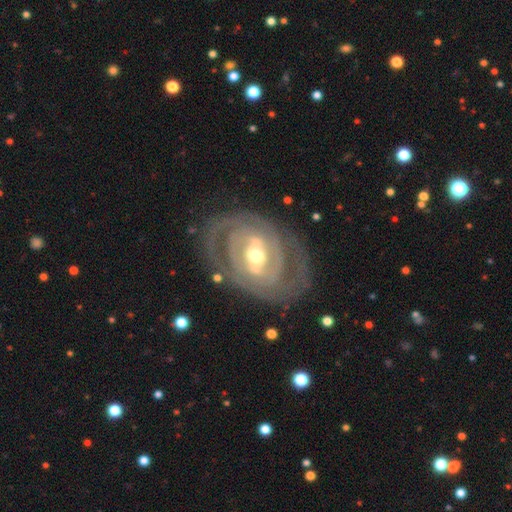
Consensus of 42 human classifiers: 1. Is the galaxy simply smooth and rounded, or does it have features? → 88% featured or disk, 7% star or artifact, 5% smooth.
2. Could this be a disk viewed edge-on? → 97% no, 3% yes.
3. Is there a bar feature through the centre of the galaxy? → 56% strong, 25% weak, 19% no.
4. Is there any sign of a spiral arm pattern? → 72% yes, 28% no.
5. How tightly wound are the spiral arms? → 69% tight, 23% medium, 8% loose.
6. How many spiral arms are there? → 46% 2, 35% can't tell, 12% 4, 4% 1, 4% 3, 0% more than 4.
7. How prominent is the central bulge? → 69% moderate, 25% small, 6% dominant, 0% large, 0% none.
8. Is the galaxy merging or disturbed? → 85% none, 5% minor disturbance, 5% major disturbance, 5% merger.